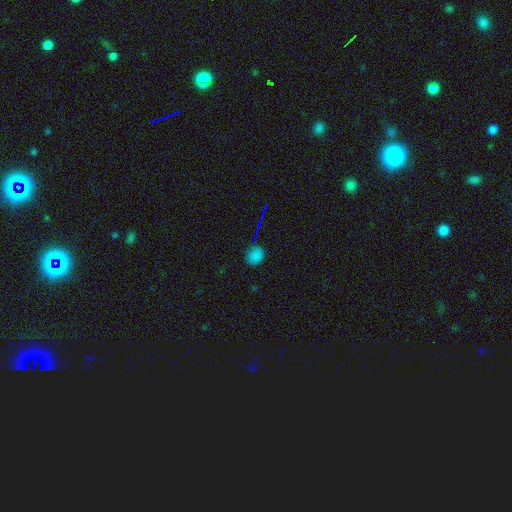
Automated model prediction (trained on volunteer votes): The model was most divided on "how rounded": round: 66%, in between: 32%, cigar-shaped: 1%. More confident: merging — none (82%); smooth or featured — smooth (75%).